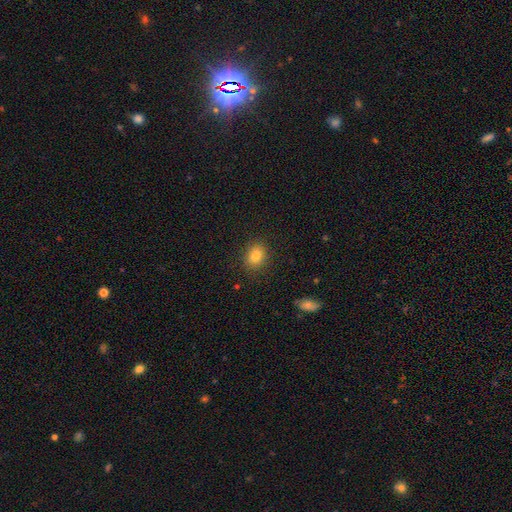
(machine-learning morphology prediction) This appears to be a smooth galaxy with no disk features (83%) that is in between round and cigar-shaped (55%). Merging: none (86%).